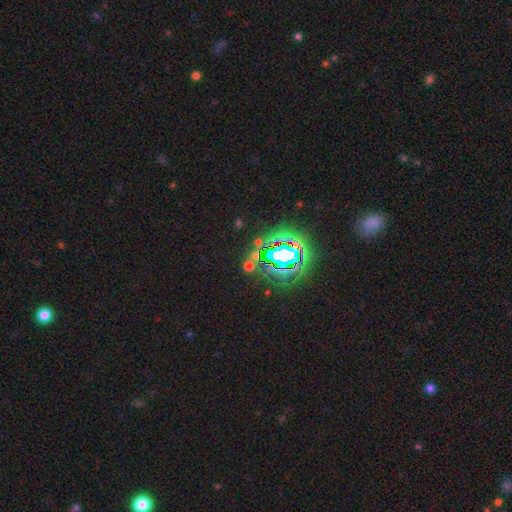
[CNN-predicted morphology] Overall: star or artifact (65%; smooth 26%).